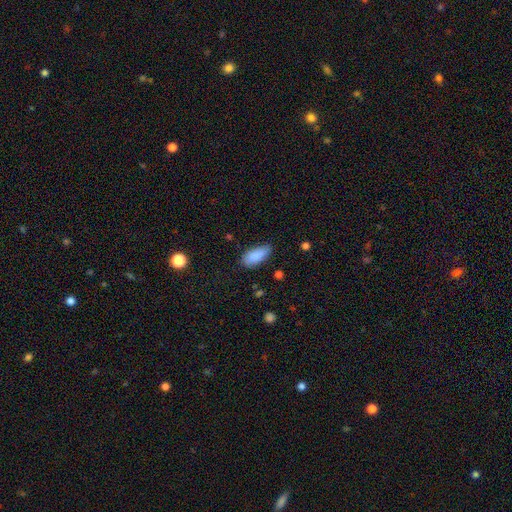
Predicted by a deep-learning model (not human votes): The model was most divided on "merging": none: 75%, minor disturbance: 20%, major disturbance: 4%, merger: 2%. More confident: smooth or featured — smooth (88%); how rounded — in between (84%).